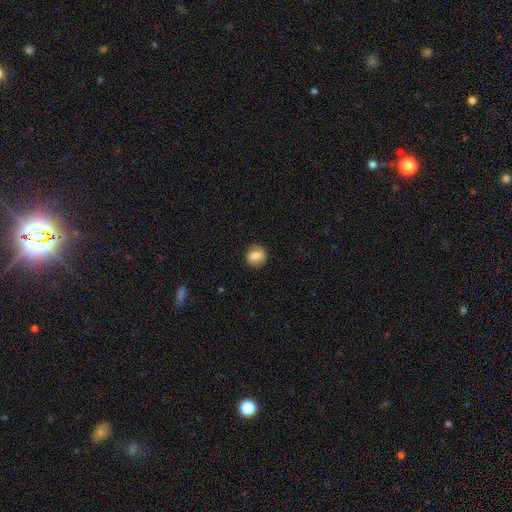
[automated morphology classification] Smooth or featured: smooth — 76% (featured or disk — 15%)
How rounded: round — 83% (in between — 16%)
Merging: none — 85% (minor disturbance — 11%)